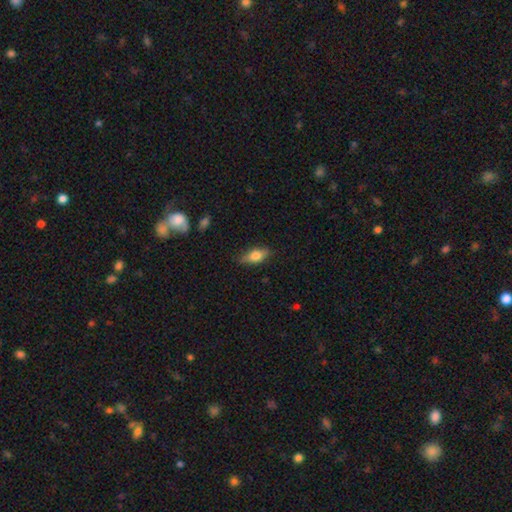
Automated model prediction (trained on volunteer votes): Smooth or featured: smooth — 62% (featured or disk — 31%)
How rounded: in between — 71% (cigar-shaped — 25%)
Merging: none — 82% (minor disturbance — 14%)